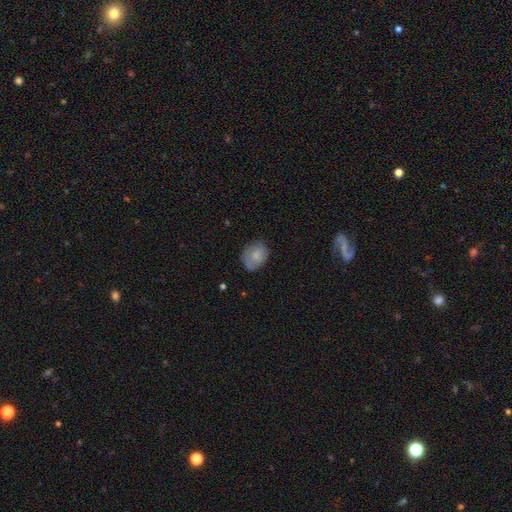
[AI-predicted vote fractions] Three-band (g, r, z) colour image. It shows a smooth galaxy with no disk features (74%) that is in between round and cigar-shaped (58%). Merging: none (69%).